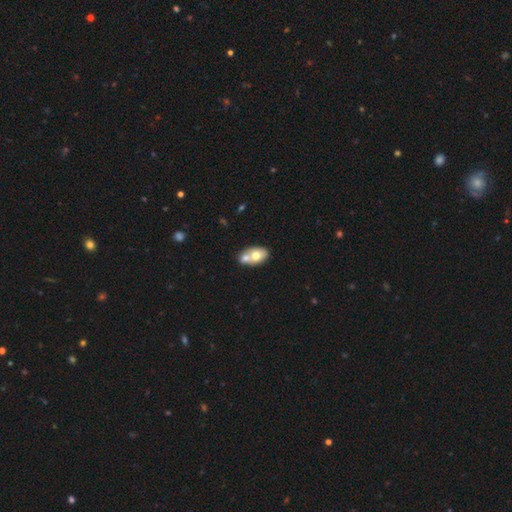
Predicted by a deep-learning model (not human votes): Smooth or featured: smooth — 62% (featured or disk — 30%)
How rounded: in between — 83% (round — 15%)
Merging: merger — 54% (none — 33%)